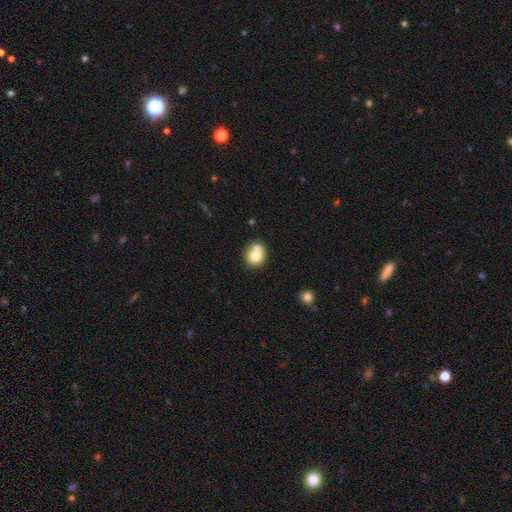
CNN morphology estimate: This appears to be a smooth galaxy with no disk features (73%) that is round (76%). Merging: none (49%).